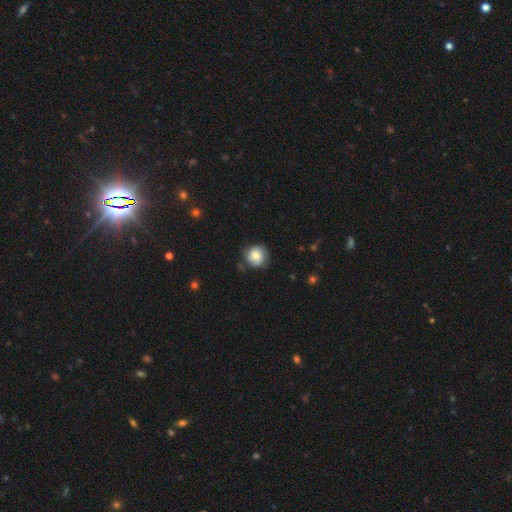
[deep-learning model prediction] This is likely a smooth galaxy (69%). How rounded: clearly round (89%). Merging: likely none (73%).